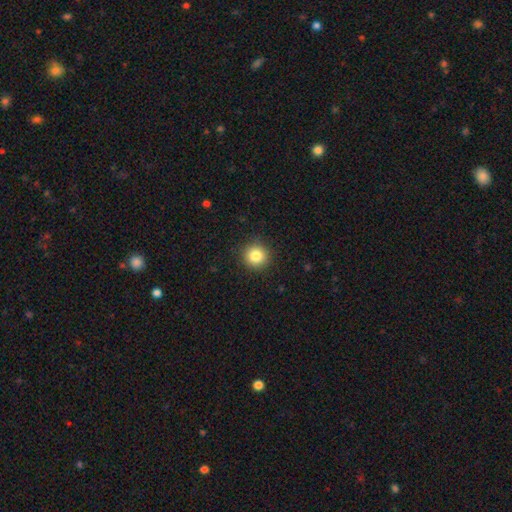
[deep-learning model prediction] smooth_or_featured: smooth (p=0.83) [alt: star or artifact p=0.11]
how_rounded: round (p=0.94) [alt: in between p=0.05]
merging: none (p=0.92) [alt: minor disturbance p=0.06]